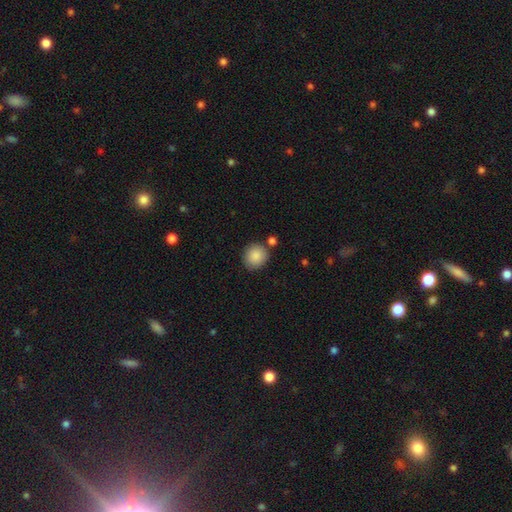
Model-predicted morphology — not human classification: smooth-or-featured: smooth: 89% | star or artifact: 7% | featured or disk: 4%
  how-rounded: round: 87% | in between: 12% | cigar-shaped: 1%
  merging: none: 80% | minor disturbance: 9% | merger: 8% | major disturbance: 3%